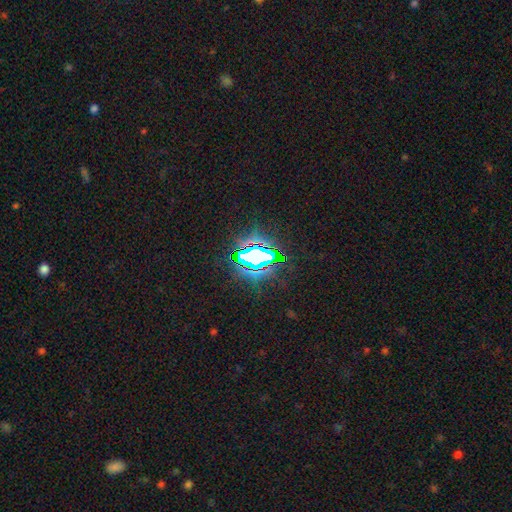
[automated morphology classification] smooth_or_featured: star or artifact (p=0.70) [alt: smooth p=0.16]